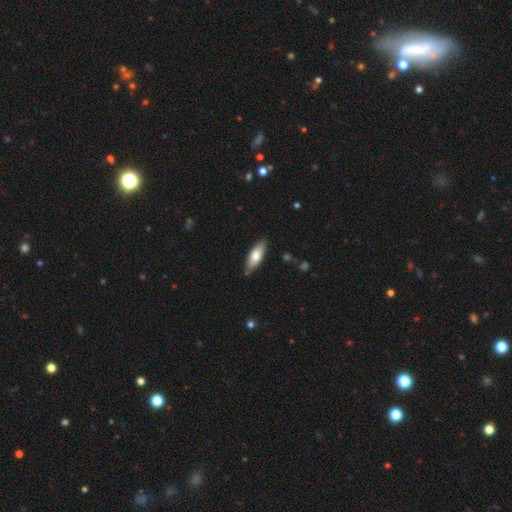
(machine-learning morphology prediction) smooth-or-featured: smooth: 71% | featured or disk: 23% | star or artifact: 6%
  how-rounded: in between: 66% | cigar-shaped: 33% | round: 2%
  merging: none: 83% | minor disturbance: 13% | major disturbance: 2% | merger: 2%